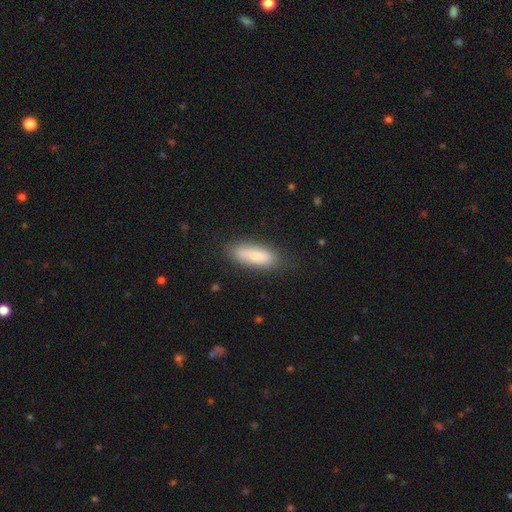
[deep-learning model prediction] Smooth or featured? smooth (80%)
How rounded? in between (56%)
Merging? none (78%)